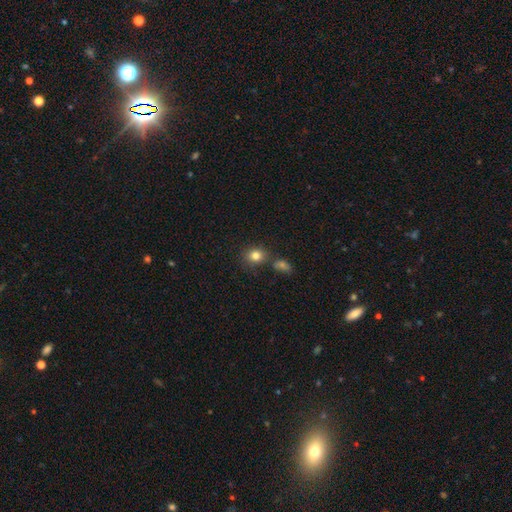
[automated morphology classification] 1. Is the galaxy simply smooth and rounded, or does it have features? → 82% smooth, 11% star or artifact, 7% featured or disk.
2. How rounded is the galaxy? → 68% round, 31% in between, 1% cigar-shaped.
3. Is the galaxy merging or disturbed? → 67% none, 16% merger, 13% minor disturbance, 4% major disturbance.